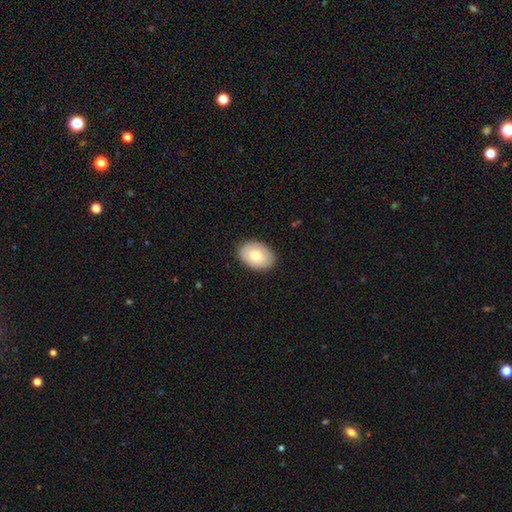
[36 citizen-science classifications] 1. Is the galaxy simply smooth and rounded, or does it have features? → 81% smooth, 14% featured or disk, 6% star or artifact.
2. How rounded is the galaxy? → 69% in between, 31% round, 0% cigar-shaped.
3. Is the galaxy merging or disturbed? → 91% none, 6% minor disturbance, 3% major disturbance, 0% merger.